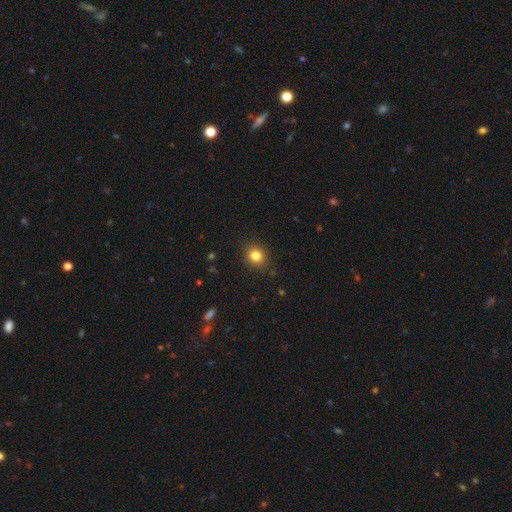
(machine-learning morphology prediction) smooth_or_featured: smooth (p=0.83) [alt: star or artifact p=0.12]
how_rounded: round (p=0.80) [alt: in between p=0.20]
merging: none (p=0.88) [alt: minor disturbance p=0.08]